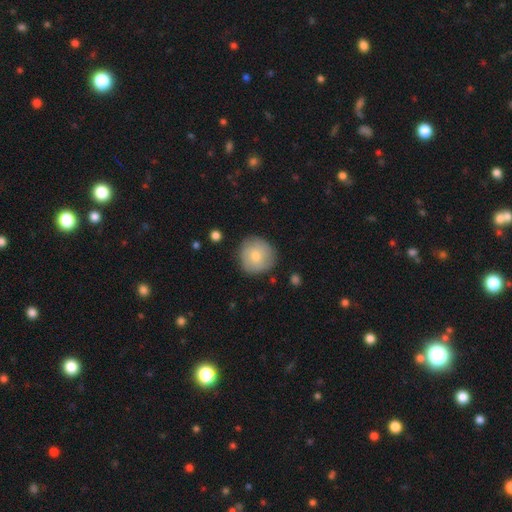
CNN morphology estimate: type=smooth (73%); roundness=round (93%); merging=none (82%).